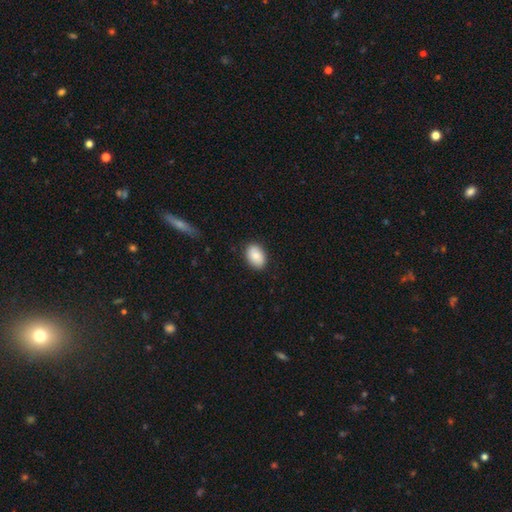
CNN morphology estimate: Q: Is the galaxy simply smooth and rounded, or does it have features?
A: smooth — 84%.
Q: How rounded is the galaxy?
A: in between — 83%.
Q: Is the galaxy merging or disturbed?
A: none — 87%.